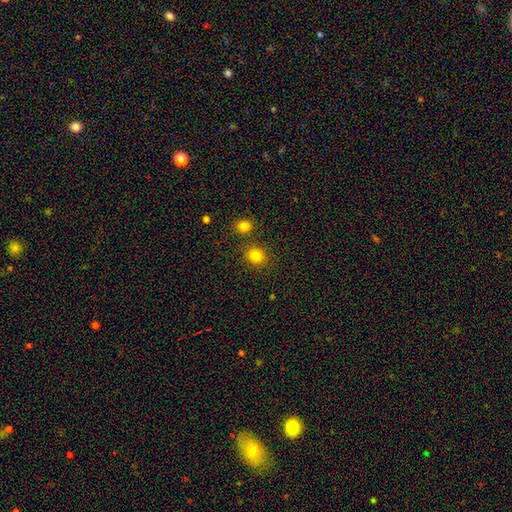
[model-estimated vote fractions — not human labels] A smooth galaxy with no disk features (82%) that is round (80%). Merging: none (81%).